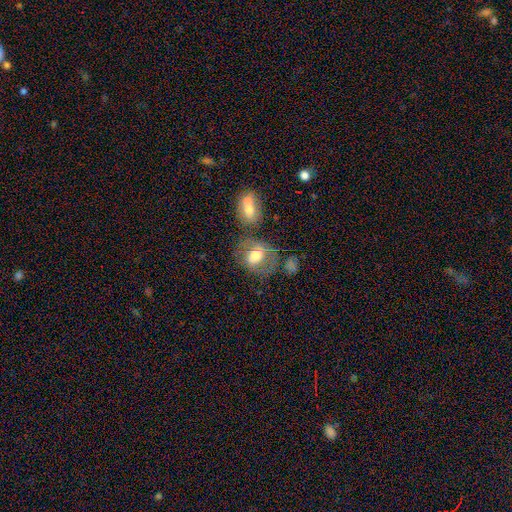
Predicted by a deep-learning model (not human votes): Overall: smooth (56%; star or artifact 25%). How rounded: round (57%; in between 39%). Merging: none (45%; merger 38%).